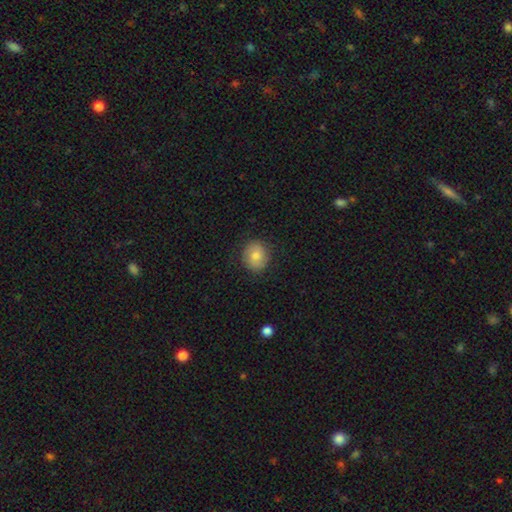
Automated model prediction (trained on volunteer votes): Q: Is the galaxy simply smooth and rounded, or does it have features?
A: smooth — 75%.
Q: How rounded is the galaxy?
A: round — 75%.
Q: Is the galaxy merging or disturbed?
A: none — 85%.